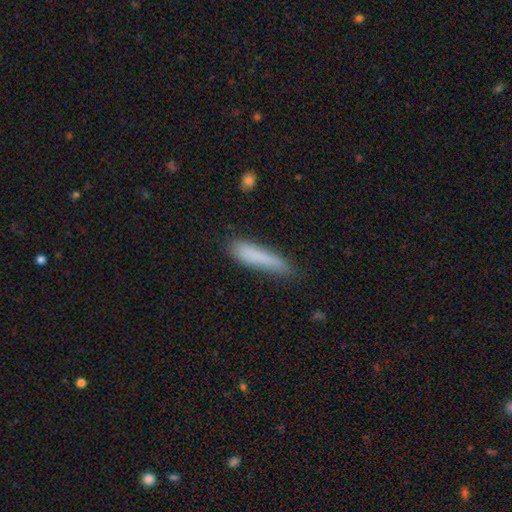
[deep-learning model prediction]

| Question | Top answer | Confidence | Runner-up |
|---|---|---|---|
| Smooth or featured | smooth | 82% | featured or disk (11%) |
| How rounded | cigar-shaped | 83% | in between (15%) |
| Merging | none | 67% | minor disturbance (24%) |